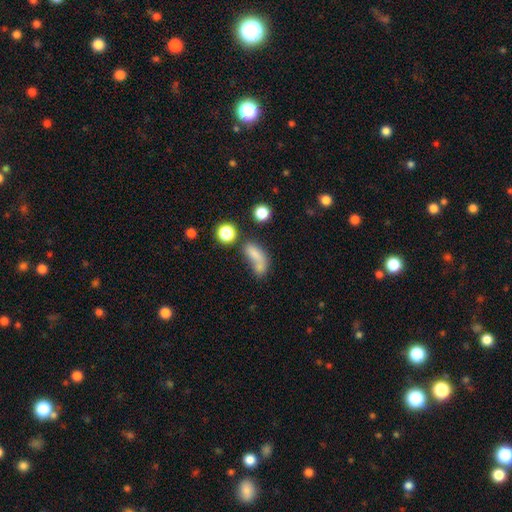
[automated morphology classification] This is likely a smooth galaxy (70%). How rounded: likely in between (70%). Merging: marginally merger (43%).